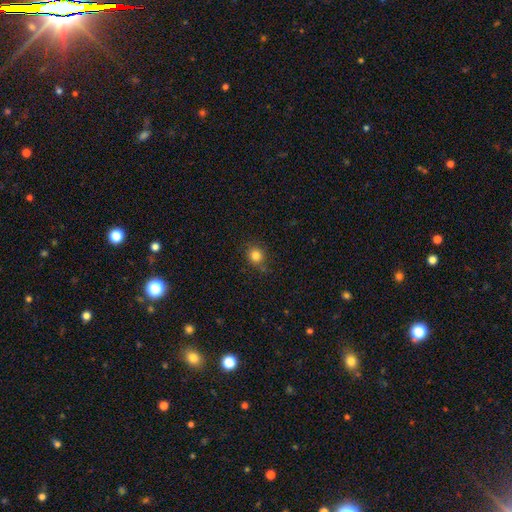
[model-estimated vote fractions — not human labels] This appears to be a smooth galaxy with no disk features (82%) that is round (81%). Merging: none (78%).